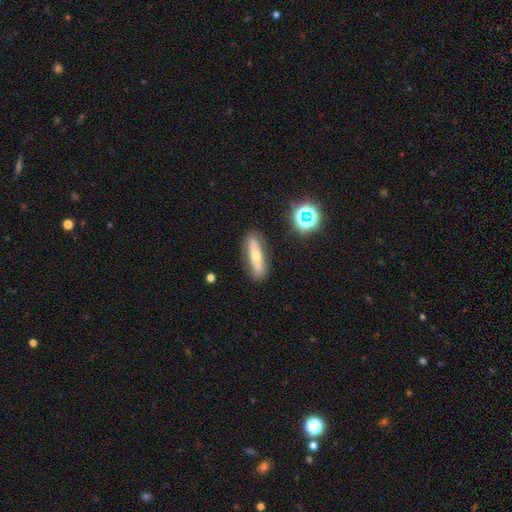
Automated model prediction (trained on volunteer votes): Q: Smooth or featured?
A: smooth (49%); runner-up: featured or disk (41%)
Q: Merging?
A: none (83%); runner-up: minor disturbance (11%)